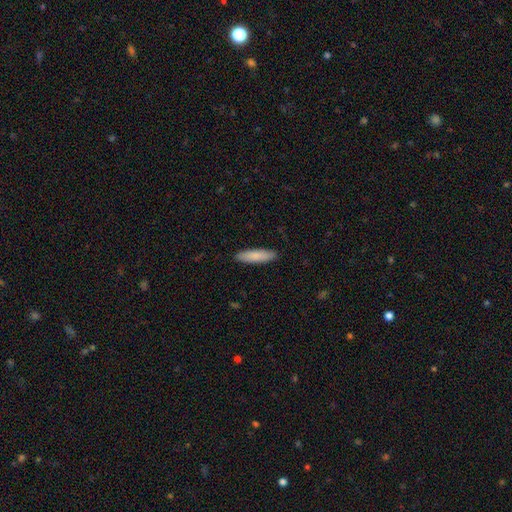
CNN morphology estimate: smooth_or_featured: smooth (p=0.85) [alt: featured or disk p=0.10]
how_rounded: cigar-shaped (p=0.67) [alt: in between p=0.31]
merging: none (p=0.90) [alt: minor disturbance p=0.08]